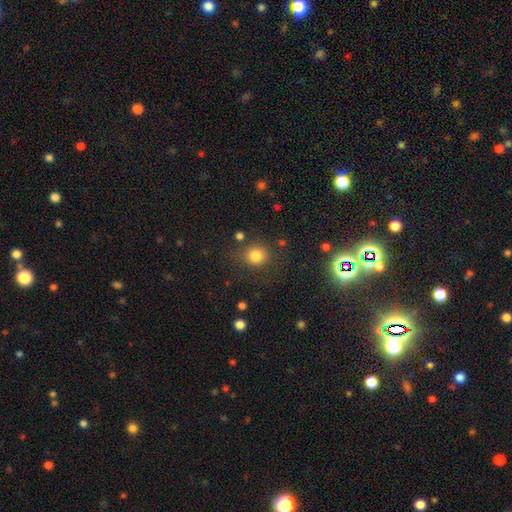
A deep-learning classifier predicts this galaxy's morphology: This is clearly a smooth galaxy (81%). How rounded: clearly round (86%). Merging: likely none (79%).